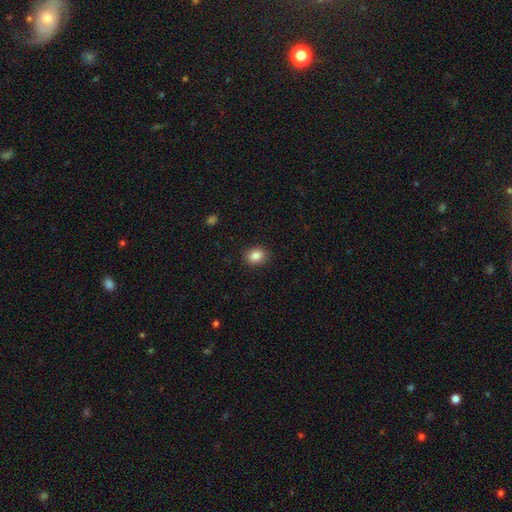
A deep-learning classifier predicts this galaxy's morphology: type=smooth (87%); roundness=round (53%); merging=none (89%).